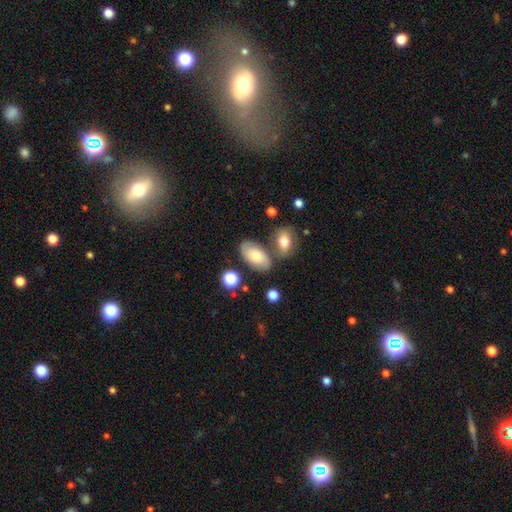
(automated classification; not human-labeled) The model was most divided on "smooth or featured": smooth: 57%, featured or disk: 35%, star or artifact: 9%. More confident: how rounded — in between (91%); merging — none (64%).